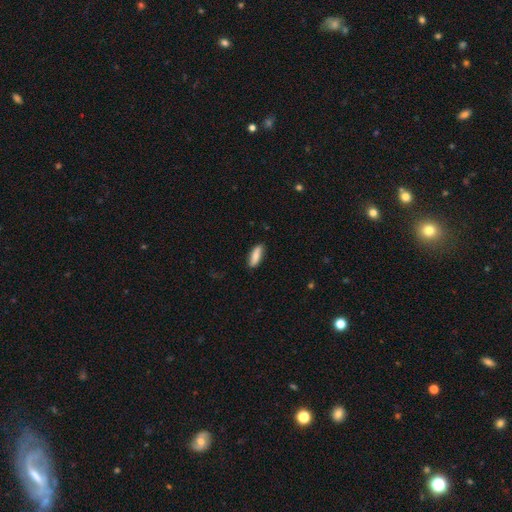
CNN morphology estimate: A smooth galaxy with no disk features (80%) that is in between round and cigar-shaped (62%).

Vote fractions:
- Smooth or featured? smooth: 80% / featured or disk: 14% / star or artifact: 6%
- How rounded? in between: 62% / cigar-shaped: 36% / round: 2%
- Merging? none: 84% / minor disturbance: 12% / major disturbance: 2% / merger: 1%